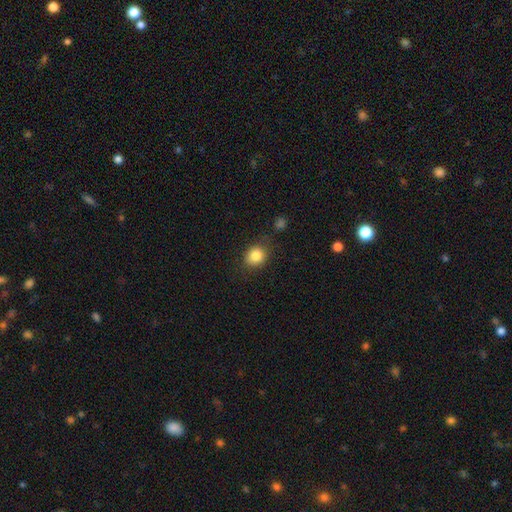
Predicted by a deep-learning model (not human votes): Smooth or featured?
  - smooth: 84% *
  - star or artifact: 10%
  - featured or disk: 7%
How rounded?
  - round: 66% *
  - in between: 33%
  - cigar-shaped: 1%
Merging?
  - none: 79% *
  - minor disturbance: 14%
  - major disturbance: 4%
  - merger: 3%